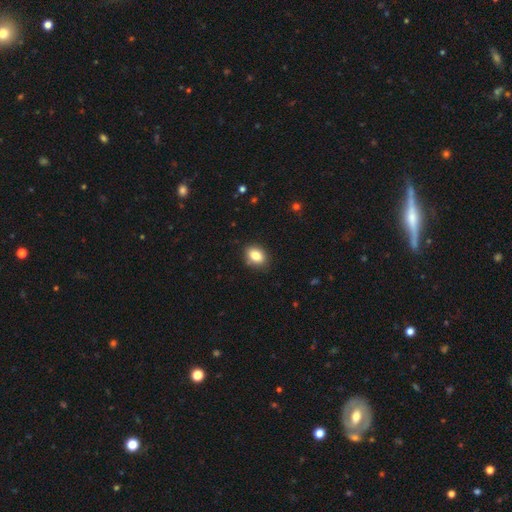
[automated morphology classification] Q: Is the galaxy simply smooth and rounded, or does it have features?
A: smooth — 85%.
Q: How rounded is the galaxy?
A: in between — 70%.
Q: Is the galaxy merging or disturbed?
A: none — 85%.